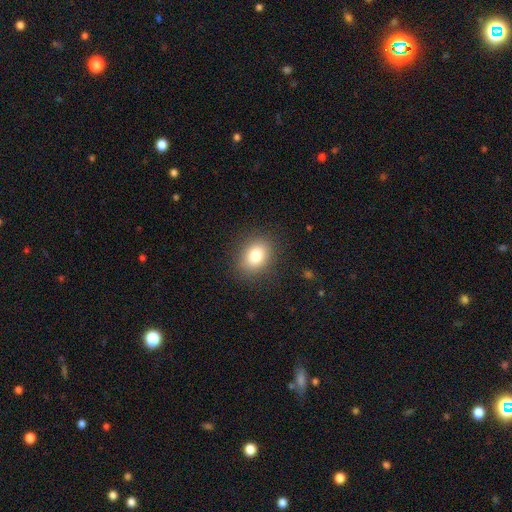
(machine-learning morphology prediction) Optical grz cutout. It shows a smooth galaxy with no disk features (81%) that is in between round and cigar-shaped (60%). Merging: none (86%).